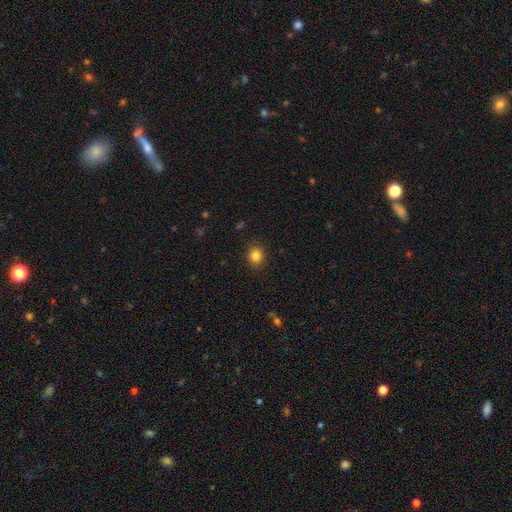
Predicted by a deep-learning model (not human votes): smooth-or-featured: smooth: 84% | star or artifact: 11% | featured or disk: 5%
  how-rounded: round: 76% | in between: 23% | cigar-shaped: 1%
  merging: none: 89% | minor disturbance: 7% | major disturbance: 2% | merger: 1%